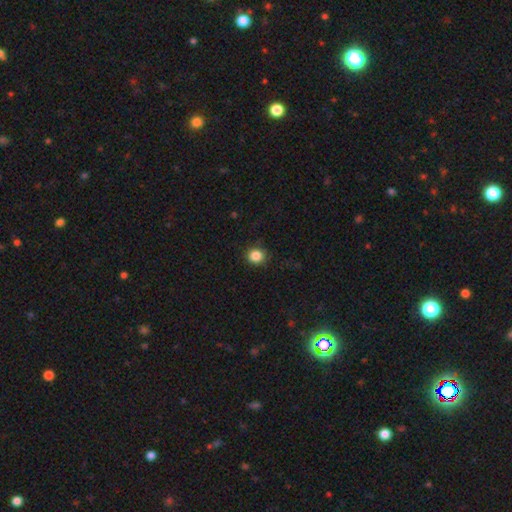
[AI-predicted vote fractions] Q: Smooth or featured?
A: smooth (86%); runner-up: star or artifact (11%)
Q: How rounded?
A: round (88%); runner-up: in between (12%)
Q: Merging?
A: none (89%); runner-up: minor disturbance (8%)